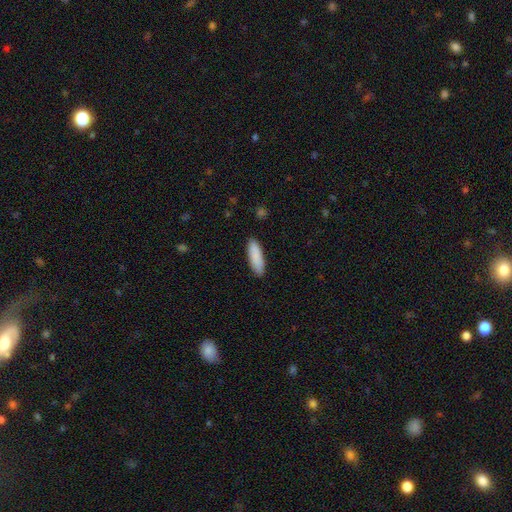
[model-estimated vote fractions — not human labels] The model was most divided on "how rounded": cigar-shaped: 51%, in between: 47%, round: 1%. More confident: smooth or featured — smooth (89%); merging — none (88%).